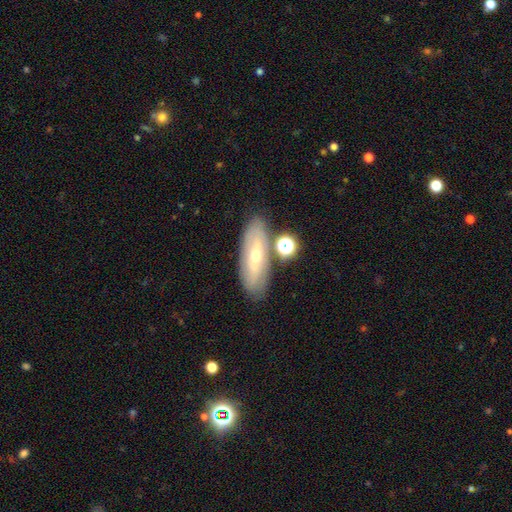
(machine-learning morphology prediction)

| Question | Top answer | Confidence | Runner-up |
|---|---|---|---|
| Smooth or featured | featured or disk | 51% | smooth (40%) |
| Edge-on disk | no | 71% | yes (29%) |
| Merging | none | 75% | minor disturbance (13%) |